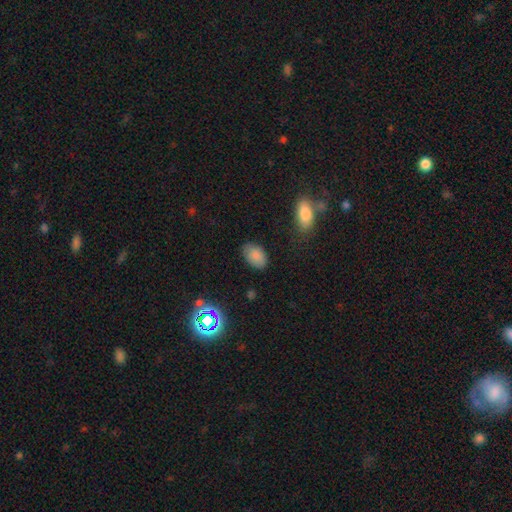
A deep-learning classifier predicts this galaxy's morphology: A smooth galaxy with no disk features (85%) that is in between round and cigar-shaped (91%).

Vote fractions:
- Smooth or featured? smooth: 85% / star or artifact: 9% / featured or disk: 6%
- How rounded? in between: 91% / round: 8% / cigar-shaped: 1%
- Merging? none: 82% / minor disturbance: 14% / major disturbance: 3% / merger: 2%